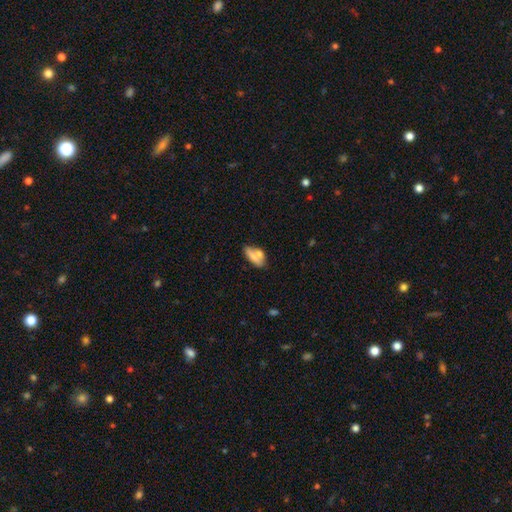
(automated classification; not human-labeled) The model was most divided on "merging": none: 43%, merger: 30%, minor disturbance: 18%, major disturbance: 8%. More confident: how rounded — in between (80%); smooth or featured — smooth (68%).